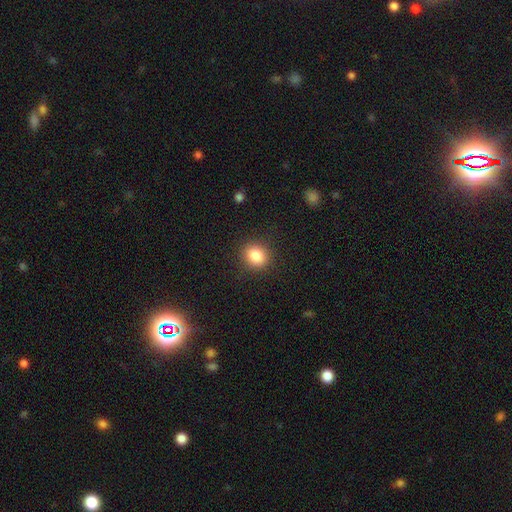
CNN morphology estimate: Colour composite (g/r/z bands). It shows a smooth galaxy with no disk features (85%) that is round (69%). Merging: none (89%).